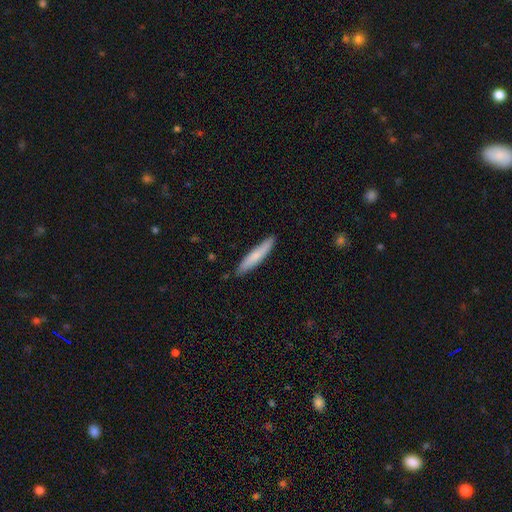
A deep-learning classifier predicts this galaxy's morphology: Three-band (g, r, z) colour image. It shows a smooth galaxy with no disk features (74%) that is cigar-shaped (91%). Merging: none (87%).